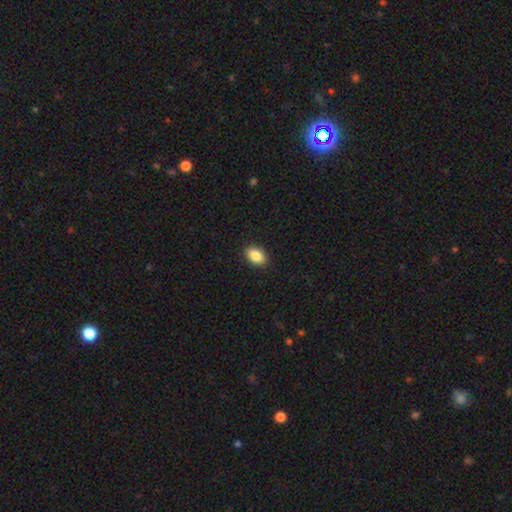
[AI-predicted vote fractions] The model was most divided on "how rounded": in between: 86%, round: 13%, cigar-shaped: 1%. More confident: merging — none (90%); smooth or featured — smooth (87%).